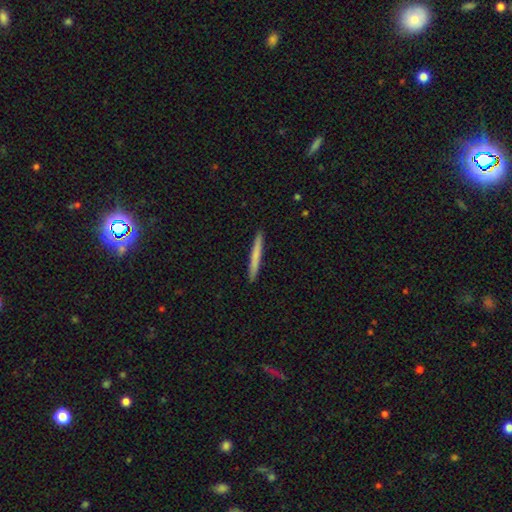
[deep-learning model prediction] A smooth galaxy with no disk features (72%) that is cigar-shaped (97%). Merging: none (93%).